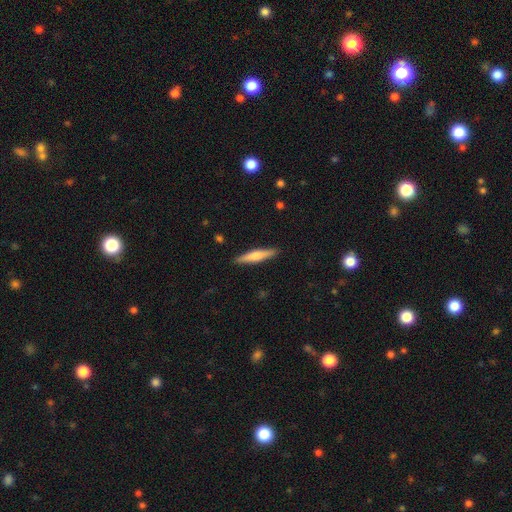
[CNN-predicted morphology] This appears to be a smooth galaxy with no disk features (59%) that is cigar-shaped (87%). Merging: none (90%).